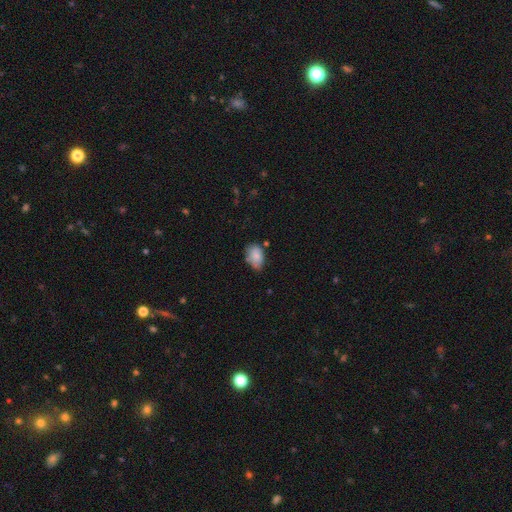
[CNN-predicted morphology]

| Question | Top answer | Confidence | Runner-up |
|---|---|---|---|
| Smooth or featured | smooth | 83% | featured or disk (10%) |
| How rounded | in between | 88% | round (10%) |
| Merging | none | 57% | minor disturbance (31%) |